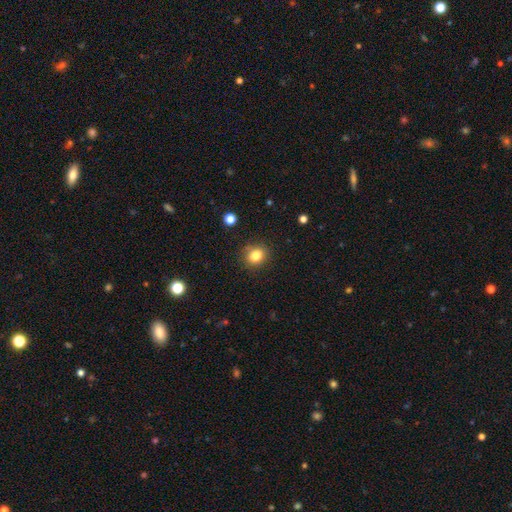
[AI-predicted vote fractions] Morphology: type=smooth (83%); roundness=round (67%); merging=none (86%).